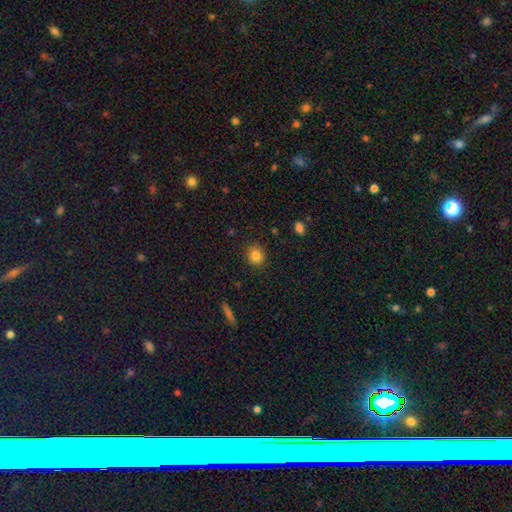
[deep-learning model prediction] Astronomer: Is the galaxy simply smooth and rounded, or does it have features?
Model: smooth — 83%.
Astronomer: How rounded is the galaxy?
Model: round — 81%.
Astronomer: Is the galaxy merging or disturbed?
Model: none — 90%.